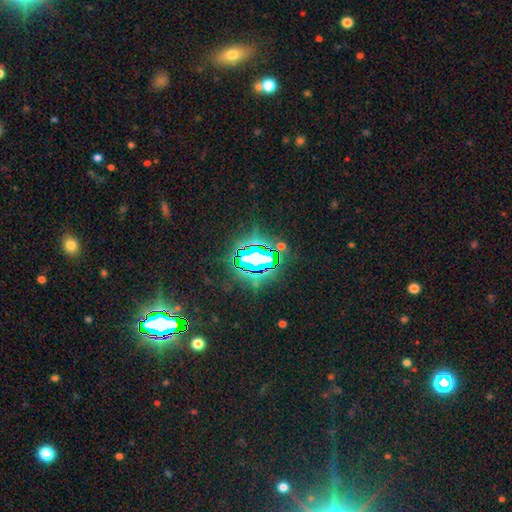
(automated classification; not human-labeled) This is likely a star or artifact rather than a galaxy (77%).